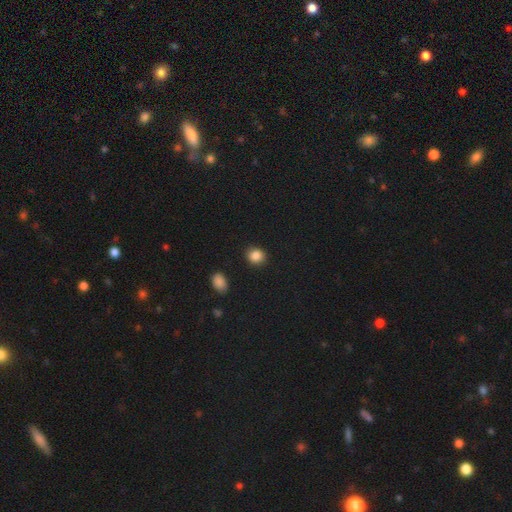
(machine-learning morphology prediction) The model was most divided on "how rounded": round: 76%, in between: 23%, cigar-shaped: 1%. More confident: merging — none (89%); smooth or featured — smooth (87%).